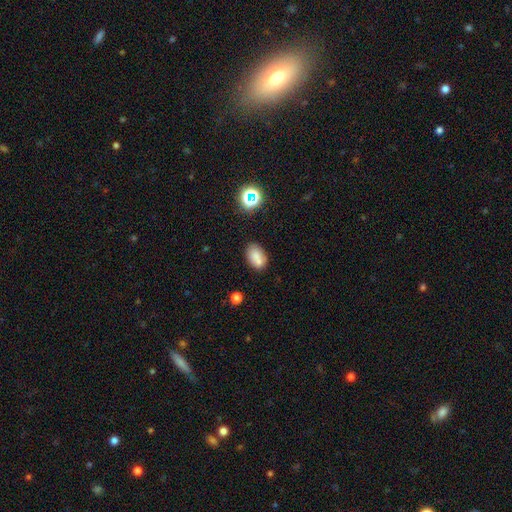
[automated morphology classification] smooth_or_featured: smooth (p=0.76) [alt: featured or disk p=0.12]
how_rounded: in between (p=0.84) [alt: round p=0.14]
merging: none (p=0.63) [alt: merger p=0.17]